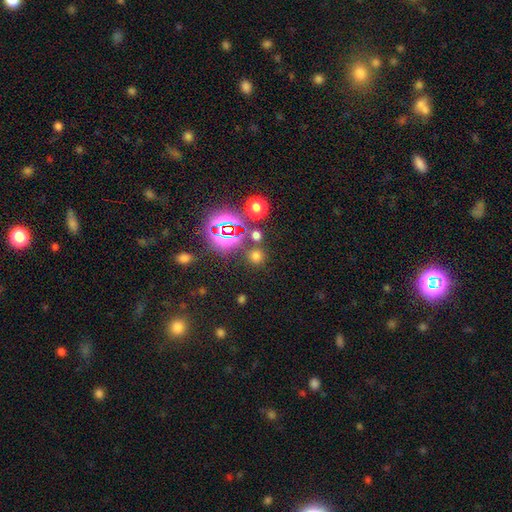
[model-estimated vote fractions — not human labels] Smooth or featured: smooth — 59% (star or artifact — 35%)
How rounded: round — 89% (in between — 10%)
Merging: none — 79% (merger — 9%)